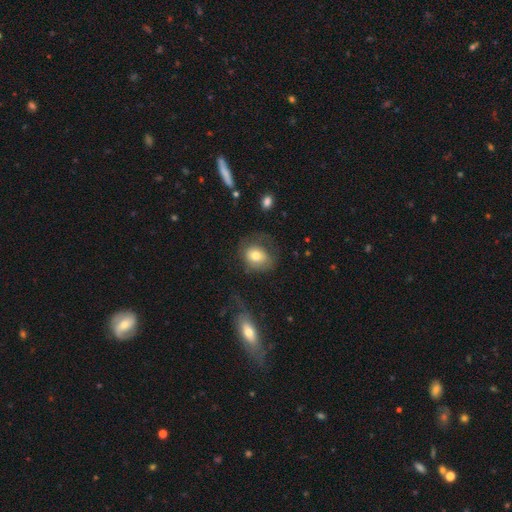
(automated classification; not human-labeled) This is likely a smooth galaxy (69%). How rounded: possibly round (50%). Merging: marginally none (44%).